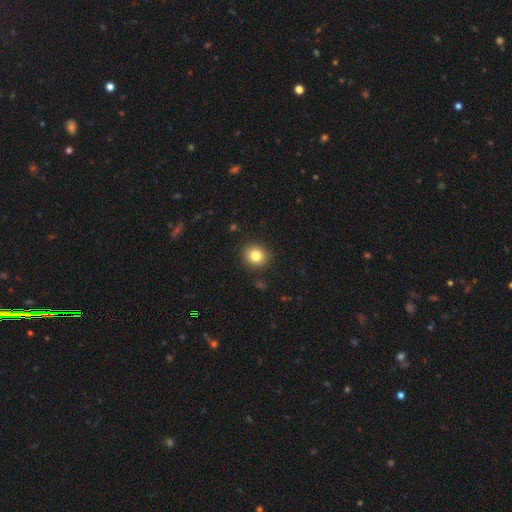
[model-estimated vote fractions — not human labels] smooth-or-featured: smooth: 82% | star or artifact: 11% | featured or disk: 7%
  how-rounded: round: 83% | in between: 16% | cigar-shaped: 1%
  merging: none: 89% | minor disturbance: 7% | major disturbance: 2% | merger: 1%